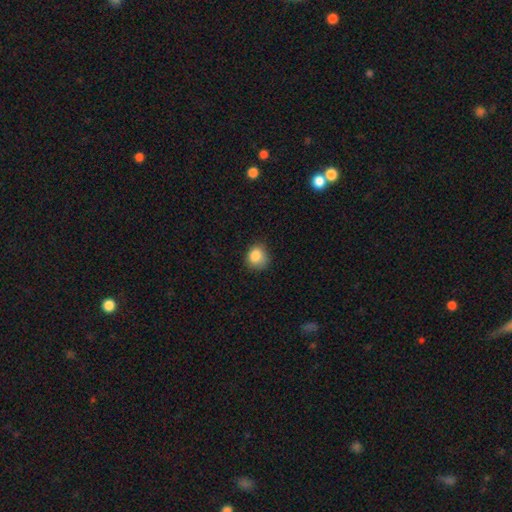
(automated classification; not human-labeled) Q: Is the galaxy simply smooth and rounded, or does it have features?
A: smooth — 85%.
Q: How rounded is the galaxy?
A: round — 77%.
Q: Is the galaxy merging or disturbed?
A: none — 71%.